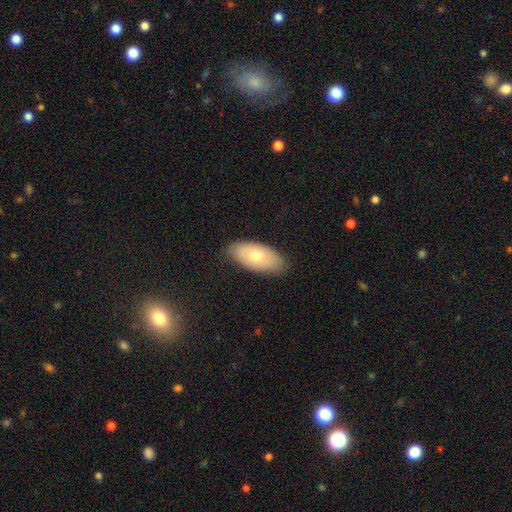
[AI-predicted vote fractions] The model was most divided on "smooth or featured": smooth: 65%, featured or disk: 29%, star or artifact: 7%. More confident: how rounded — in between (93%); merging — none (82%).